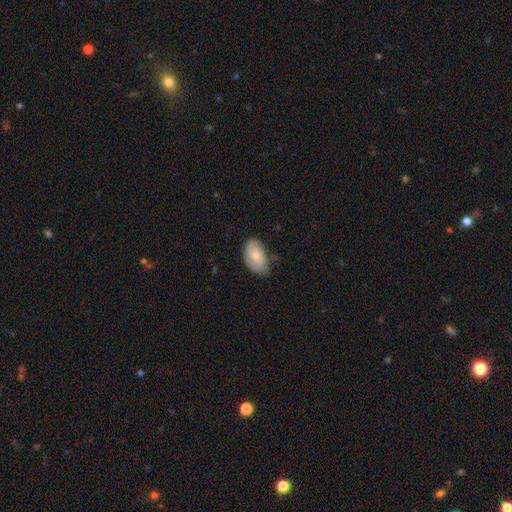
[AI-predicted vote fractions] Smooth or featured: smooth — 71% (featured or disk — 23%)
How rounded: in between — 93% (round — 5%)
Merging: none — 70% (minor disturbance — 24%)